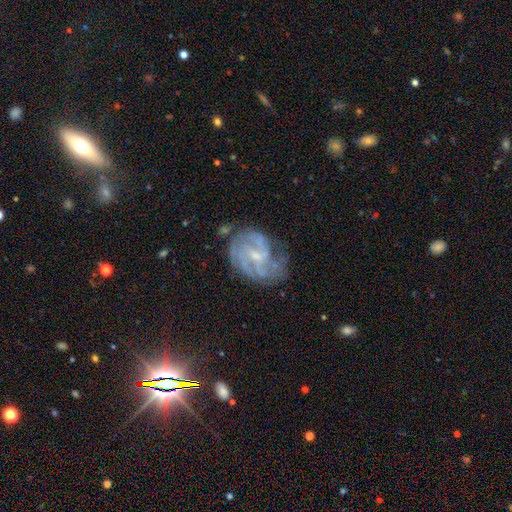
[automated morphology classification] Smooth or featured? featured or disk (82%)
Edge-on disk? no (98%)
Bar? weak (54%)
Spiral arms? yes (92%)
Spiral winding? medium (43%)
Spiral arm count? can't tell (28%)
Bulge size? small (67%)
Merging? none (60%)